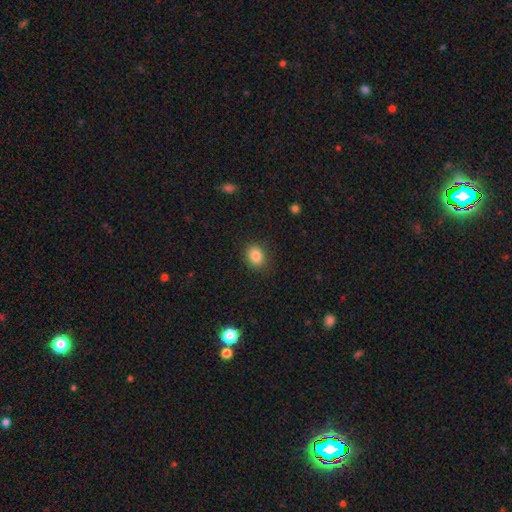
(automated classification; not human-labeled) A smooth galaxy with no disk features (85%) that is in between round and cigar-shaped (52%).

Vote fractions:
- Smooth or featured? smooth: 85% / star or artifact: 10% / featured or disk: 5%
- How rounded? in between: 52% / round: 47% / cigar-shaped: 1%
- Merging? none: 87% / minor disturbance: 9% / major disturbance: 3% / merger: 1%